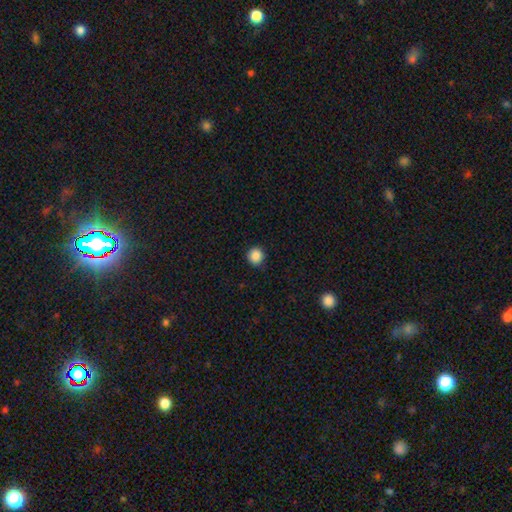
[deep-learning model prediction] smooth_or_featured: smooth (p=0.88) [alt: star or artifact p=0.10]
how_rounded: round (p=0.93) [alt: in between p=0.06]
merging: none (p=0.87) [alt: minor disturbance p=0.10]